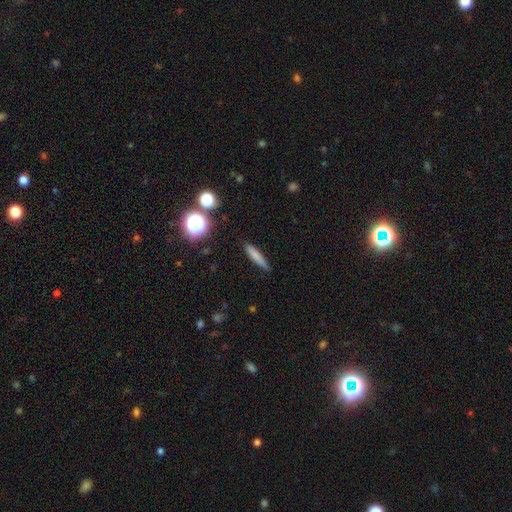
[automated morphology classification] Q: Smooth or featured?
A: smooth (74%); runner-up: featured or disk (16%)
Q: How rounded?
A: cigar-shaped (84%); runner-up: in between (12%)
Q: Merging?
A: none (84%); runner-up: minor disturbance (12%)